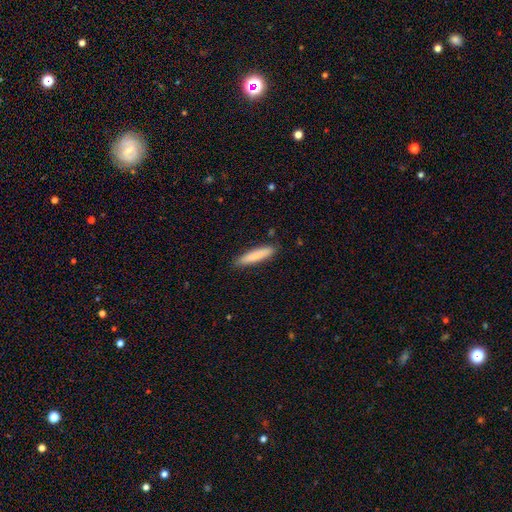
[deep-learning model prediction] The model was most divided on "smooth or featured": smooth: 82%, featured or disk: 13%, star or artifact: 6%. More confident: merging — none (88%); how rounded — cigar-shaped (87%).